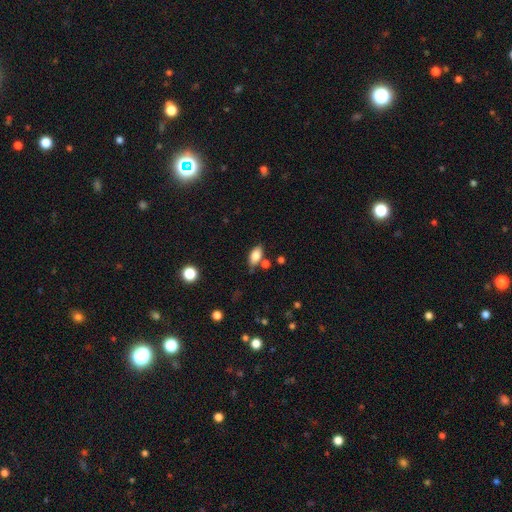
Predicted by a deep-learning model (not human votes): A smooth galaxy with no disk features (80%) that is in between round and cigar-shaped (89%). Merging: none (69%).